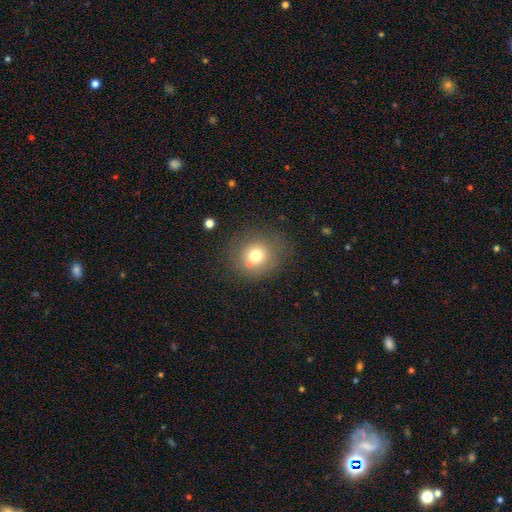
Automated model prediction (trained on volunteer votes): A smooth galaxy with no disk features (72%) that is round (84%).

Vote fractions:
- Smooth or featured? smooth: 72% / star or artifact: 14% / featured or disk: 13%
- How rounded? round: 84% / in between: 15% / cigar-shaped: 1%
- Merging? none: 76% / minor disturbance: 13% / major disturbance: 6% / merger: 5%